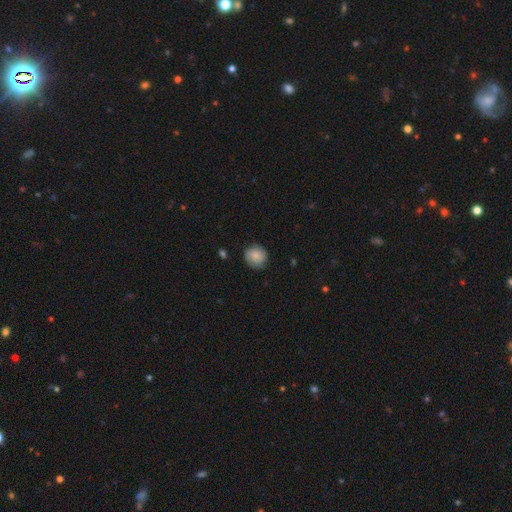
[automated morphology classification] smooth 83%, featured or disk 10%, star or artifact 7%. Down the decision tree: how rounded — round (87%); merging — none (76%).